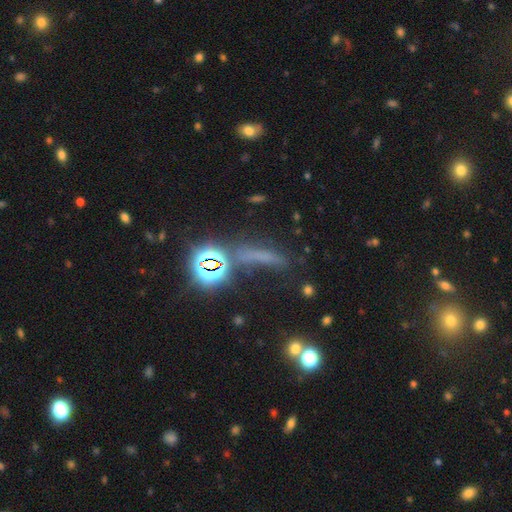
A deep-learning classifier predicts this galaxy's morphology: This appears to be a star or artifact, not a galaxy (42%).